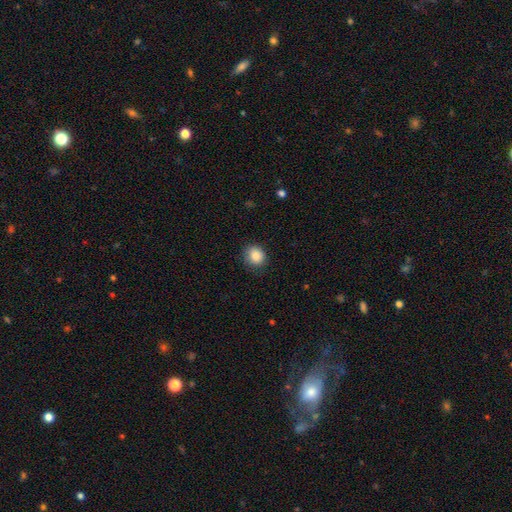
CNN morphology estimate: Smooth or featured?
  - smooth: 87% *
  - star or artifact: 9%
  - featured or disk: 5%
How rounded?
  - round: 63% *
  - in between: 36%
  - cigar-shaped: 1%
Merging?
  - none: 83% *
  - minor disturbance: 13%
  - major disturbance: 3%
  - merger: 1%